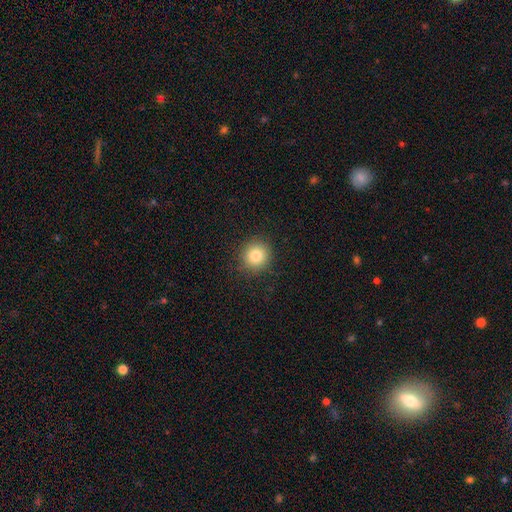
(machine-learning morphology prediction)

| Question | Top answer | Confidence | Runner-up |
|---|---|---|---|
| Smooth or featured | smooth | 81% | star or artifact (11%) |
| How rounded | round | 92% | in between (7%) |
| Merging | none | 90% | minor disturbance (7%) |